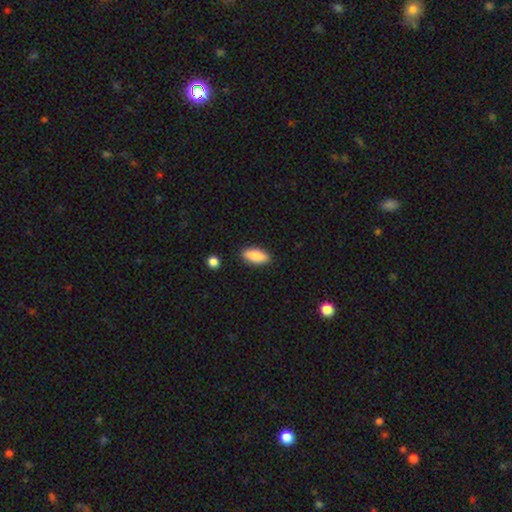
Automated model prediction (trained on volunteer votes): Smooth or featured? Predicted: smooth (p=0.85). How rounded? Predicted: in between (p=0.78). Merging? Predicted: none (p=0.88).